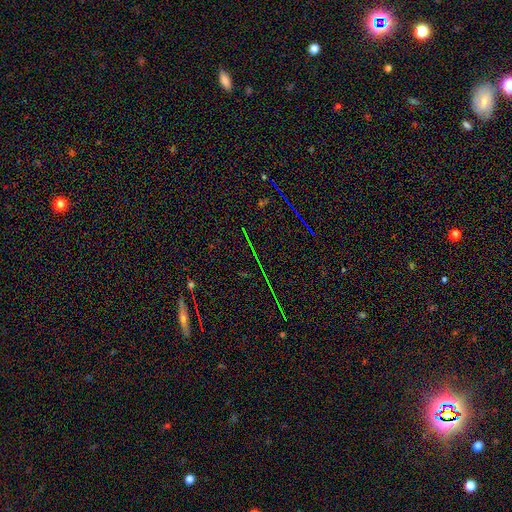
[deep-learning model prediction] Q: Smooth or featured?
A: star or artifact (78%); runner-up: featured or disk (12%)